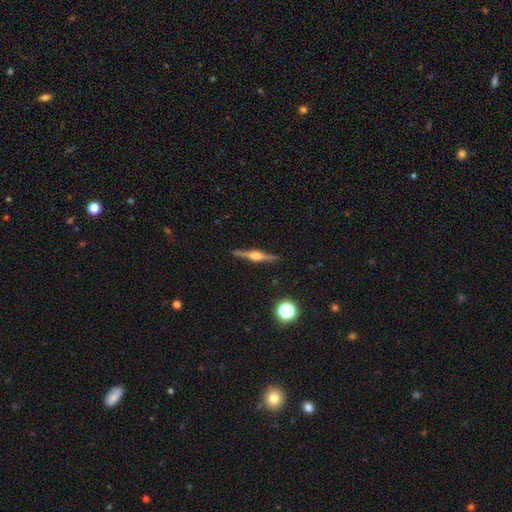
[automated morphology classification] Q: Smooth or featured?
A: featured or disk (82%); runner-up: smooth (12%)
Q: Edge-on disk?
A: yes (98%); runner-up: no (2%)
Q: Edge-on bulge?
A: rounded (91%); runner-up: boxy (7%)
Q: Merging?
A: none (91%); runner-up: minor disturbance (6%)